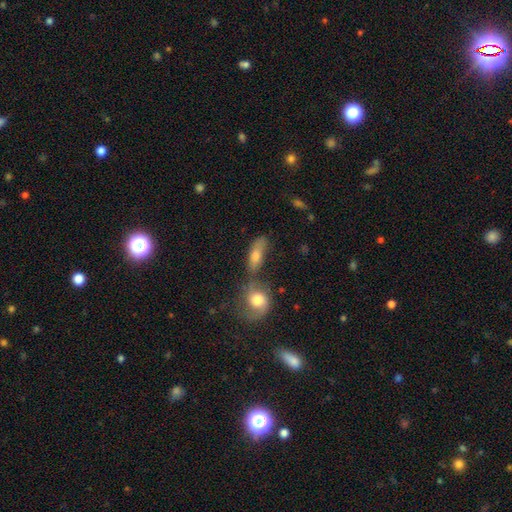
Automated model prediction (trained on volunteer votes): A smooth galaxy with no disk features (66%) that is in between round and cigar-shaped (68%).

Vote fractions:
- Smooth or featured? smooth: 66% / featured or disk: 25% / star or artifact: 10%
- How rounded? in between: 68% / cigar-shaped: 20% / round: 12%
- Merging? none: 41% / merger: 35% / minor disturbance: 16% / major disturbance: 8%